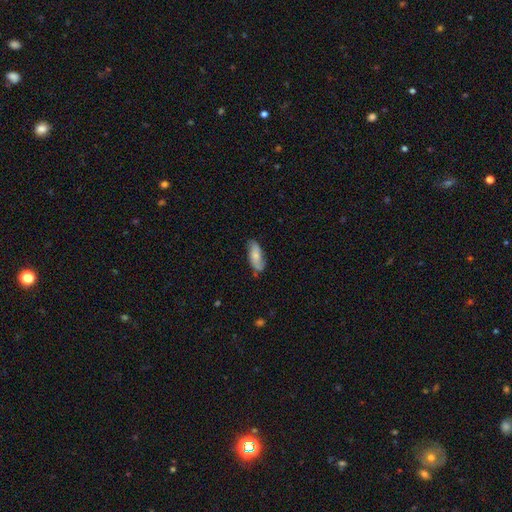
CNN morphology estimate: smooth-or-featured: smooth: 68% | featured or disk: 26% | star or artifact: 6%
  how-rounded: in between: 78% | cigar-shaped: 20% | round: 2%
  merging: none: 73% | minor disturbance: 21% | major disturbance: 4% | merger: 2%